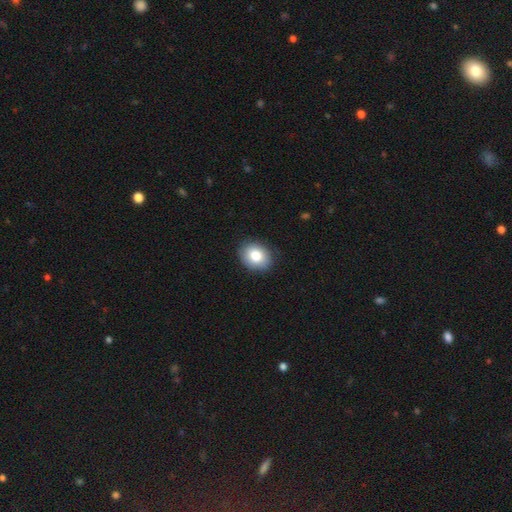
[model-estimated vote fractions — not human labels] smooth_or_featured: smooth (p=0.82) [alt: featured or disk p=0.10]
how_rounded: in between (p=0.50) [alt: round p=0.49]
merging: none (p=0.87) [alt: minor disturbance p=0.10]